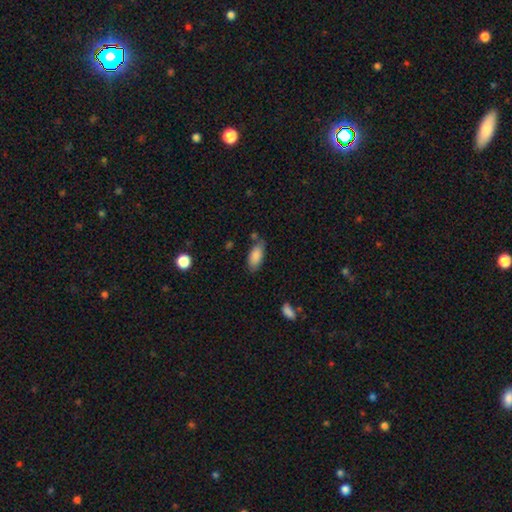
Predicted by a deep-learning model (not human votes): Smooth or featured? smooth (86%)
How rounded? in between (87%)
Merging? none (70%)